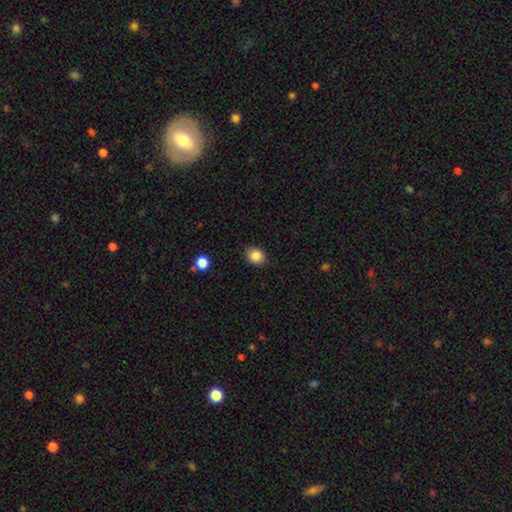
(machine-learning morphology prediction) type=smooth (86%); roundness=round (53%); merging=none (86%).